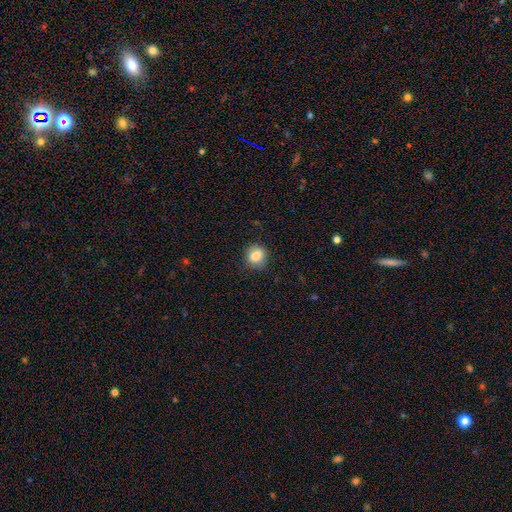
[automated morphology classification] Overall: smooth (83%). How rounded: round (72%). Merging: none (82%).